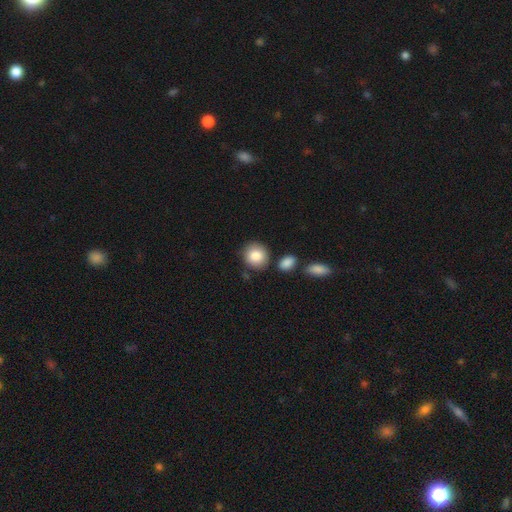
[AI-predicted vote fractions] A smooth galaxy with no disk features (85%) that is round (81%). Merging: none (79%).